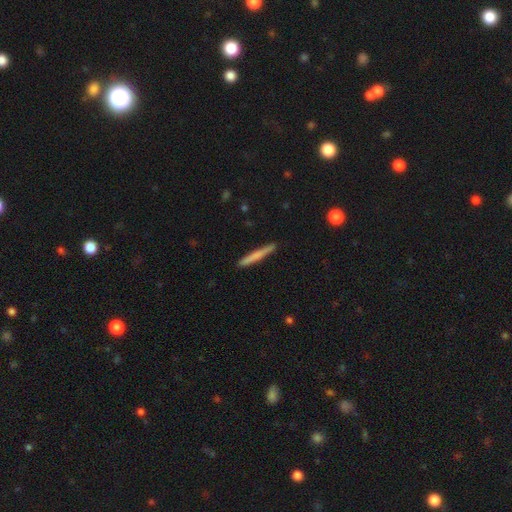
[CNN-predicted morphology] The model was most divided on "smooth or featured": smooth: 67%, featured or disk: 28%, star or artifact: 5%. More confident: how rounded — cigar-shaped (96%); merging — none (89%).